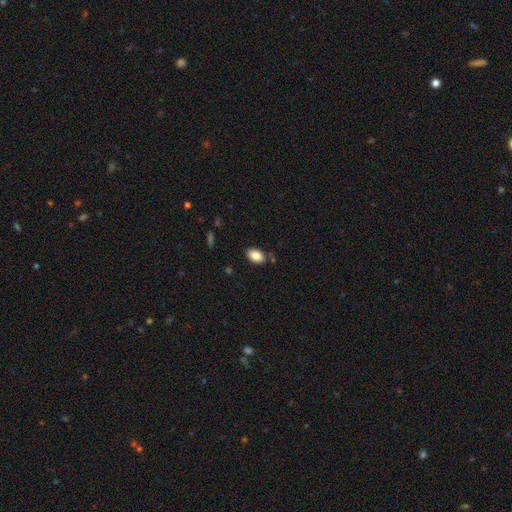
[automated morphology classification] This is clearly a smooth galaxy (86%). How rounded: clearly in between (90%). Merging: likely none (79%).